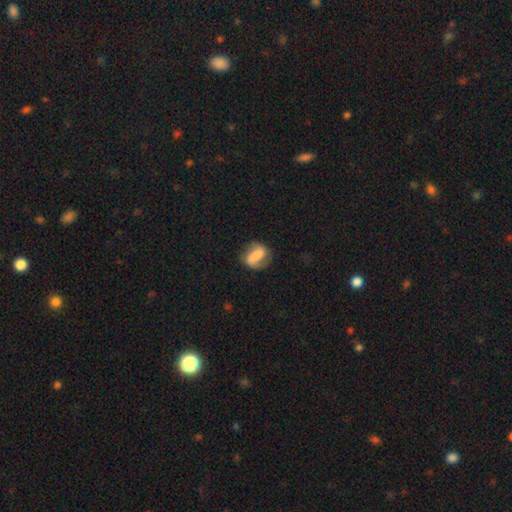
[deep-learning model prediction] This is possibly a featured or disk galaxy (49%). Merging: likely none (71%).